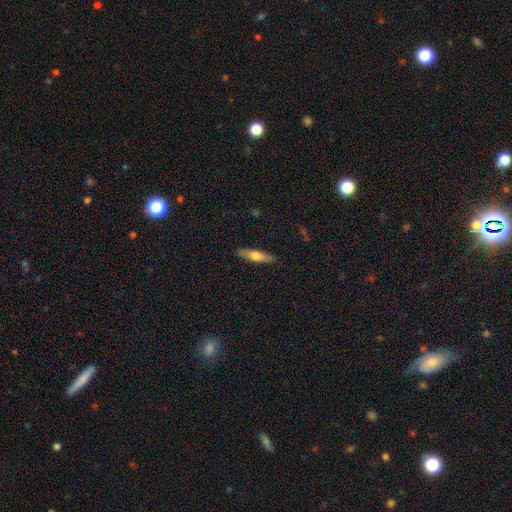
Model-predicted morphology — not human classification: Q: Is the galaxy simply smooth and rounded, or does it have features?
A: smooth — 62%.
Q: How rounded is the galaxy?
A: cigar-shaped — 67%.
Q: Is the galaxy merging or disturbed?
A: none — 87%.